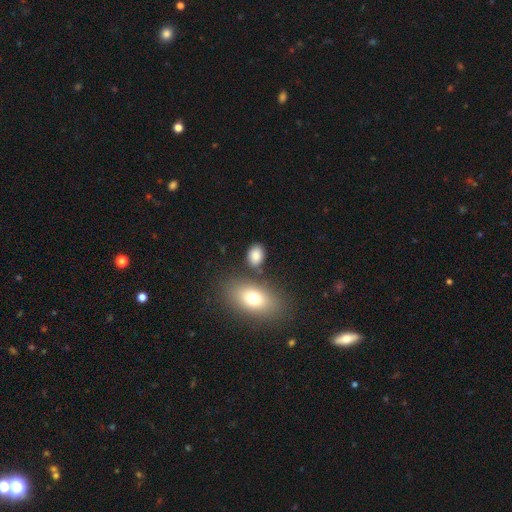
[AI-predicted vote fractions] A smooth galaxy with no disk features (83%) that is in between round and cigar-shaped (78%). Merging: none (75%).